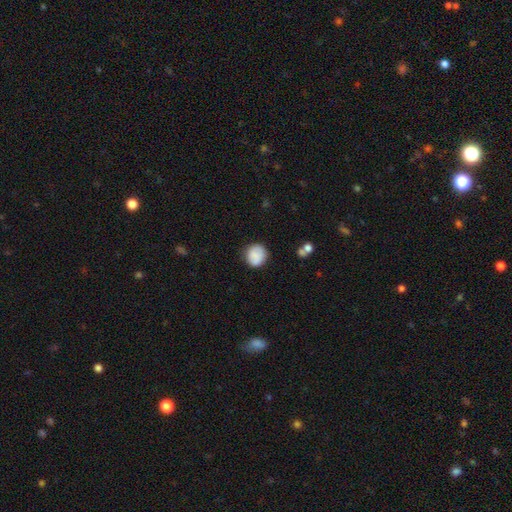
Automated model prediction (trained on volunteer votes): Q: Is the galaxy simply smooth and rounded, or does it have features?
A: smooth — 85%.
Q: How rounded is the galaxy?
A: round — 83%.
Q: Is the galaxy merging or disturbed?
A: none — 81%.